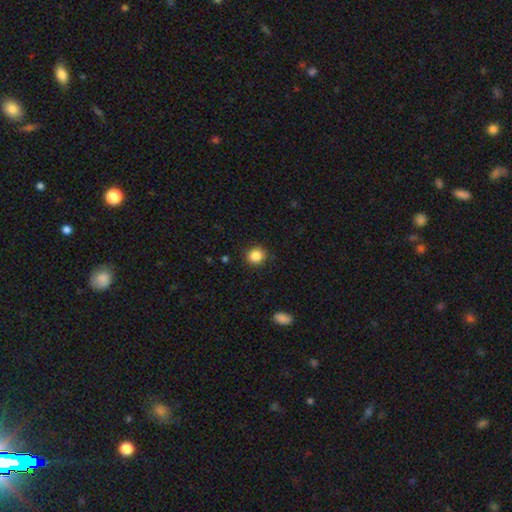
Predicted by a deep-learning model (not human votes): This appears to be a smooth galaxy with no disk features (86%) that is round (84%). Merging: none (89%).